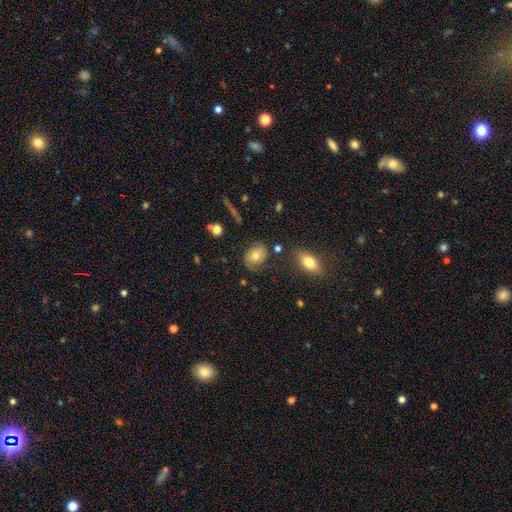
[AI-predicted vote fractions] This appears to be a smooth galaxy with no disk features (62%) that is in between round and cigar-shaped (59%). Merging: none (71%).